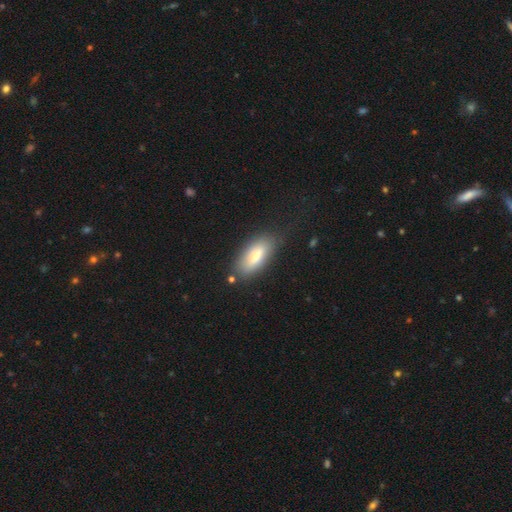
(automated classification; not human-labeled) A smooth galaxy with no disk features (76%) that is in between round and cigar-shaped (79%).

Vote fractions:
- Smooth or featured? smooth: 76% / featured or disk: 17% / star or artifact: 7%
- How rounded? in between: 79% / cigar-shaped: 19% / round: 2%
- Merging? none: 75% / minor disturbance: 17% / major disturbance: 5% / merger: 3%